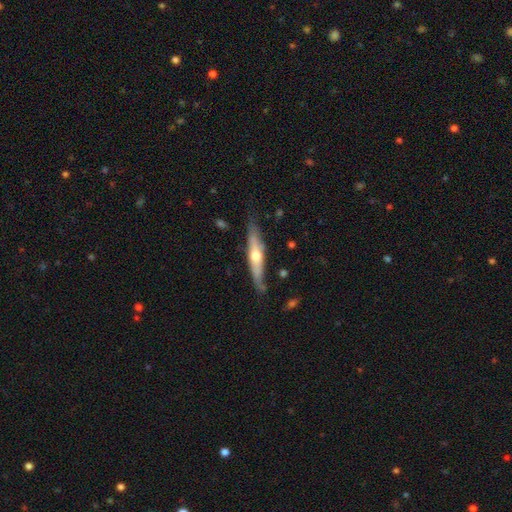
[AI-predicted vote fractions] Smooth or featured: featured or disk — 62% (smooth — 32%)
Edge-on disk: yes — 91% (no — 9%)
Edge-on bulge: rounded — 87% (none — 8%)
Merging: none — 76% (minor disturbance — 18%)